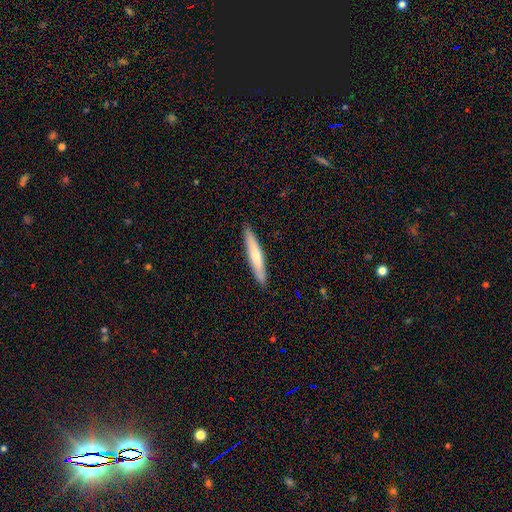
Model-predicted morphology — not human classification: A smooth galaxy with no disk features (61%) that is cigar-shaped (93%).

Vote fractions:
- Smooth or featured? smooth: 61% / featured or disk: 34% / star or artifact: 5%
- How rounded? cigar-shaped: 93% / in between: 6% / round: 1%
- Merging? none: 91% / minor disturbance: 7% / major disturbance: 1% / merger: 1%